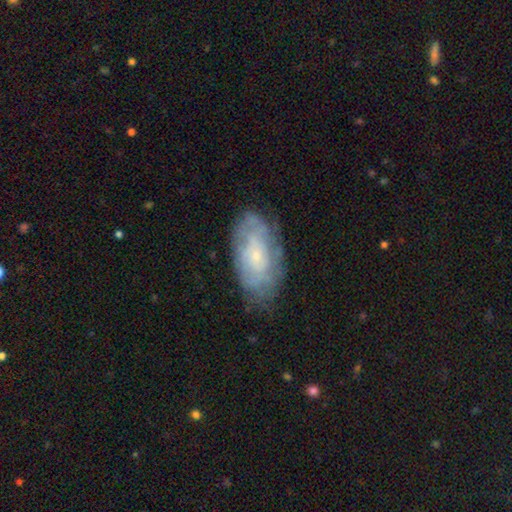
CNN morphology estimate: Smooth or featured? Predicted: featured or disk (p=0.56). Edge-on disk? Predicted: no (p=0.92). Bar? Predicted: no (p=0.77). Spiral arms? Predicted: yes (p=0.63). Bulge size? Predicted: small (p=0.71). Merging? Predicted: none (p=0.71).